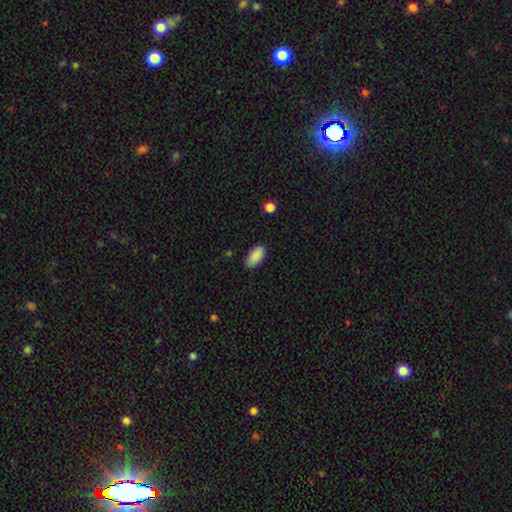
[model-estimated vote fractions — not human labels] Morphology: type=smooth (89%); roundness=in between (92%); merging=none (85%).